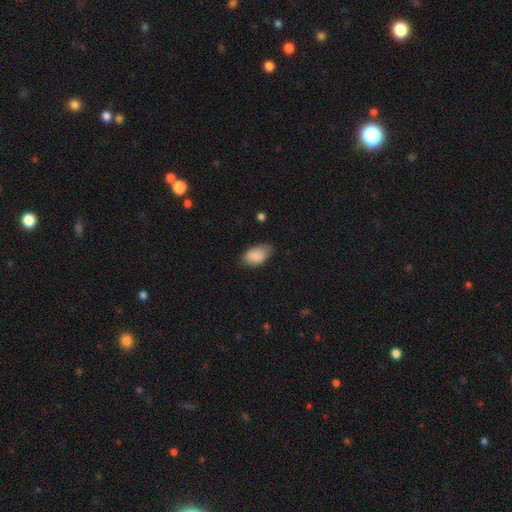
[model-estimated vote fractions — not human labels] Smooth or featured? smooth (87%)
How rounded? in between (92%)
Merging? none (66%)